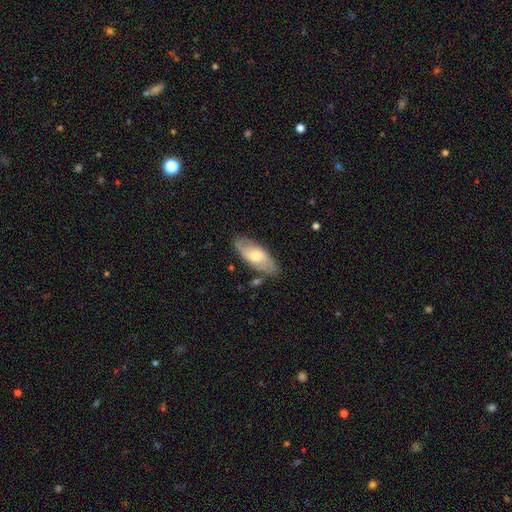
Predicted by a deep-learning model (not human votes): A featured or disk galaxy (51%).

Vote fractions:
- Smooth or featured? featured or disk: 51% / smooth: 43% / star or artifact: 6%
- Edge-on disk? no: 85% / yes: 15%
- Merging? none: 75% / minor disturbance: 17% / major disturbance: 4% / merger: 4%